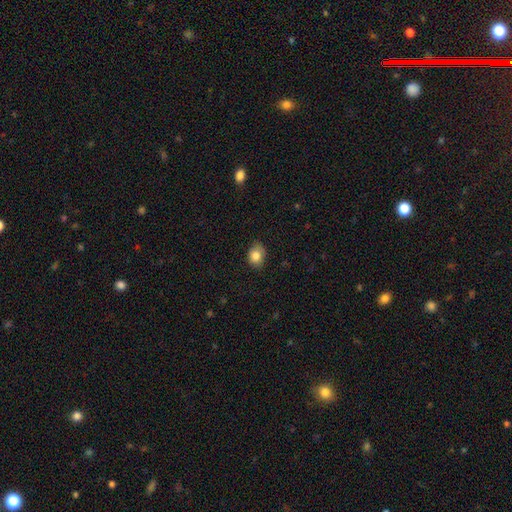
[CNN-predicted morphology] Smooth or featured: smooth — 84% (star or artifact — 9%)
How rounded: in between — 60% (round — 39%)
Merging: none — 76% (minor disturbance — 20%)